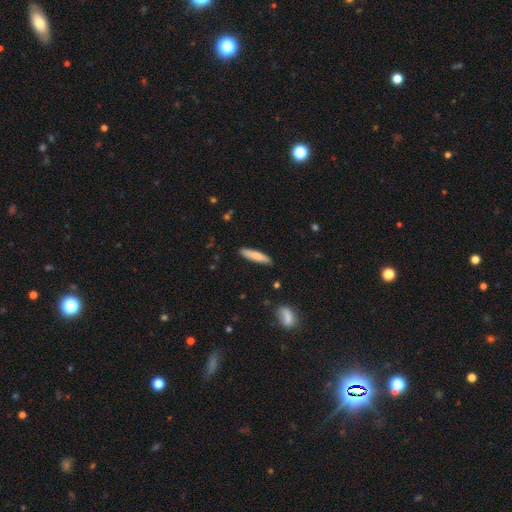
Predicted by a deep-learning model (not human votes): Smooth or featured: smooth — 80% (featured or disk — 14%)
How rounded: cigar-shaped — 83% (in between — 16%)
Merging: none — 88% (minor disturbance — 9%)